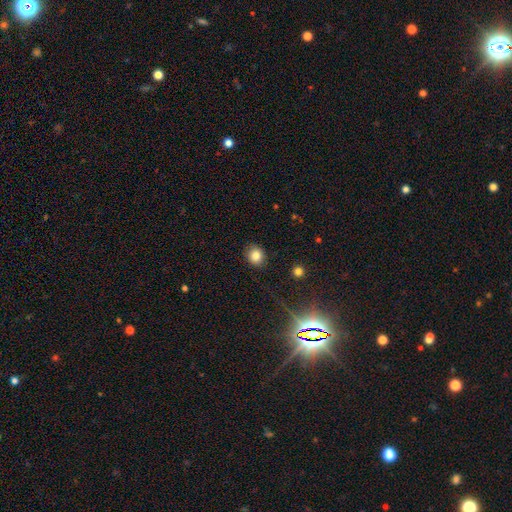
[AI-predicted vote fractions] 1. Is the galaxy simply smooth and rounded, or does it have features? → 82% smooth, 12% star or artifact, 6% featured or disk.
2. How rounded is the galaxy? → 79% round, 20% in between, 1% cigar-shaped.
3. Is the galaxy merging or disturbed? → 89% none, 7% minor disturbance, 2% major disturbance, 1% merger.